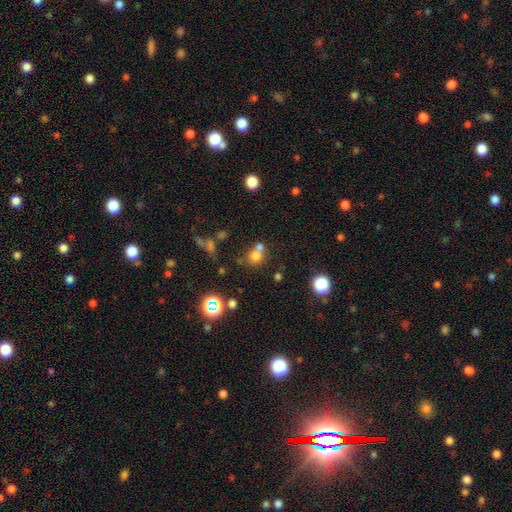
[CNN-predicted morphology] Smooth or featured? Predicted: smooth (p=0.68). How rounded? Predicted: round (p=0.77). Merging? Predicted: merger (p=0.46).